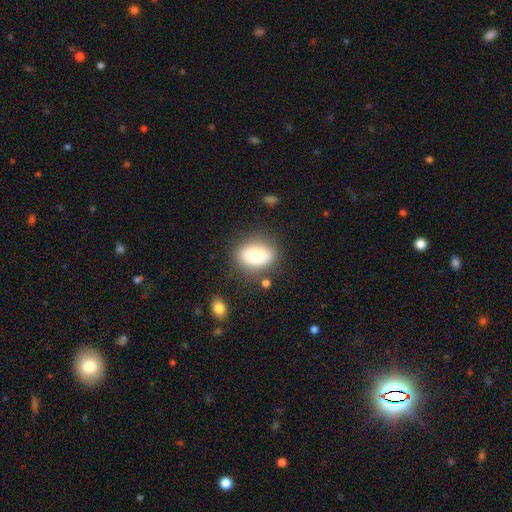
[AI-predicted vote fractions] smooth 76%, featured or disk 15%, star or artifact 8%. Down the decision tree: how rounded — in between (76%); merging — none (78%).